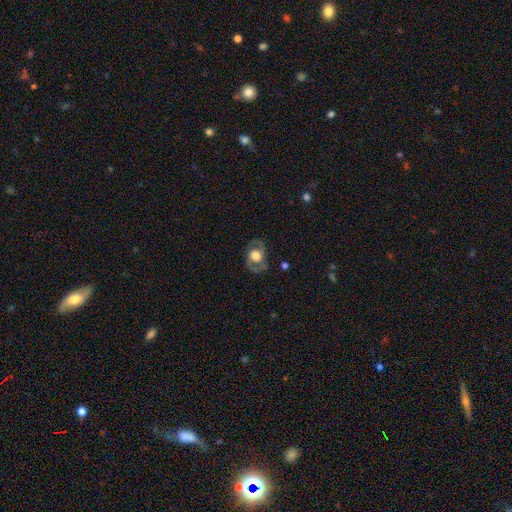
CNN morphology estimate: Smooth or featured?
  - featured or disk: 64% *
  - smooth: 29%
  - star or artifact: 7%
Edge-on disk?
  - no: 94% *
  - yes: 6%
Bar?
  - no: 74% *
  - weak: 21%
  - strong: 5%
Spiral arms?
  - yes: 69% *
  - no: 31%
Bulge size?
  - large: 56% *
  - moderate: 30%
  - dominant: 8%
  - small: 3%
  - none: 2%
Merging?
  - none: 75% *
  - minor disturbance: 16%
  - major disturbance: 8%
  - merger: 1%